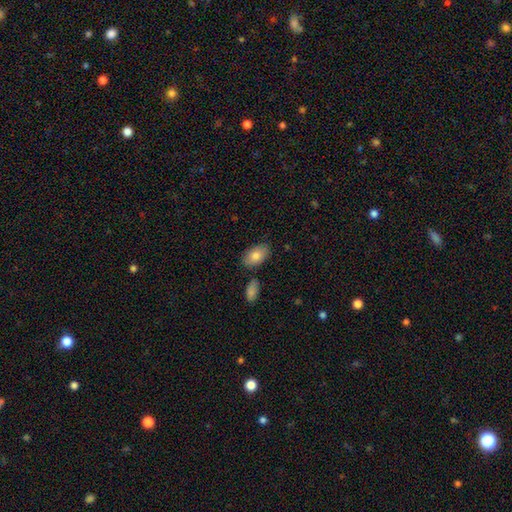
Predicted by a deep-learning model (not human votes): Overall: smooth (83%). How rounded: in between (93%). Merging: none (79%).